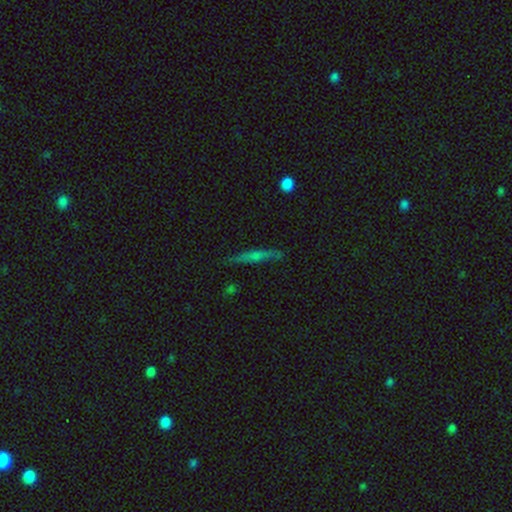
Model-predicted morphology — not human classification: smooth_or_featured: featured or disk (p=0.48) [alt: smooth p=0.41]
merging: none (p=0.83) [alt: minor disturbance p=0.12]